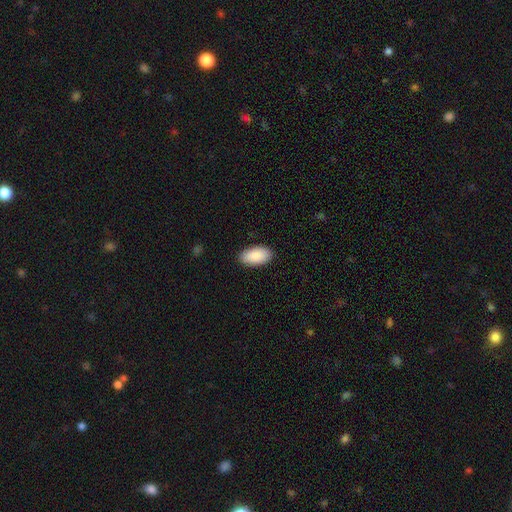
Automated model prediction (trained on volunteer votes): This is clearly a smooth galaxy (89%). How rounded: clearly in between (95%). Merging: clearly none (89%).